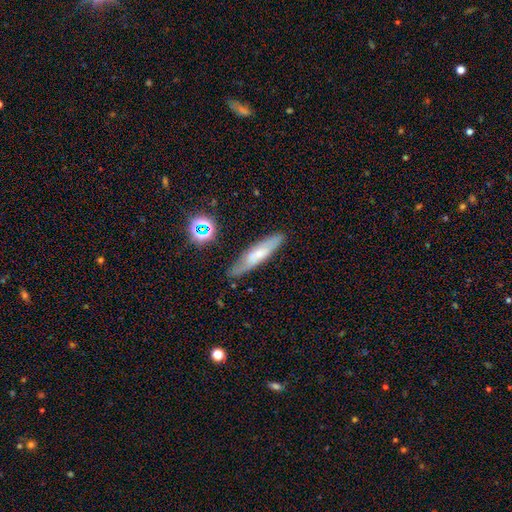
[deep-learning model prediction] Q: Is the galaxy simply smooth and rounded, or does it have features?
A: smooth — 46%.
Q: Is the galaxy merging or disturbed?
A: none — 79%.